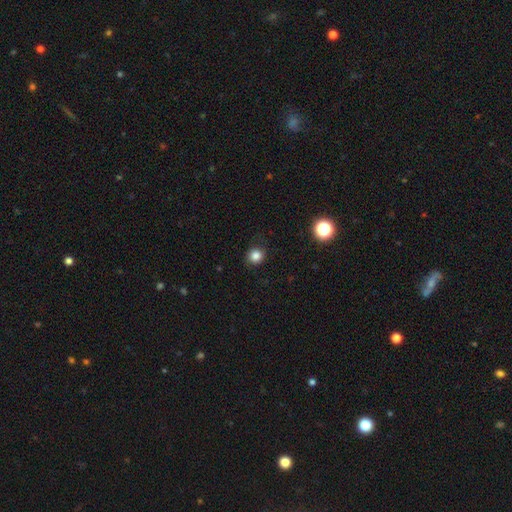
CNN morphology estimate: Smooth or featured? Predicted: smooth (p=0.83). How rounded? Predicted: round (p=0.88). Merging? Predicted: none (p=0.86).